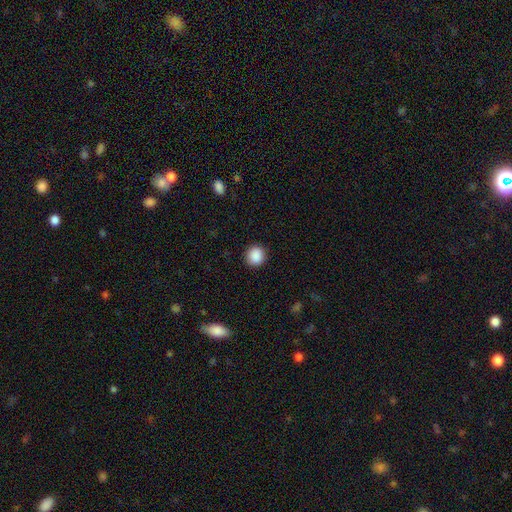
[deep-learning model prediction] Smooth or featured?
  - smooth: 89% *
  - star or artifact: 8%
  - featured or disk: 3%
How rounded?
  - round: 88% *
  - in between: 11%
  - cigar-shaped: 1%
Merging?
  - none: 91% *
  - minor disturbance: 6%
  - major disturbance: 2%
  - merger: 1%